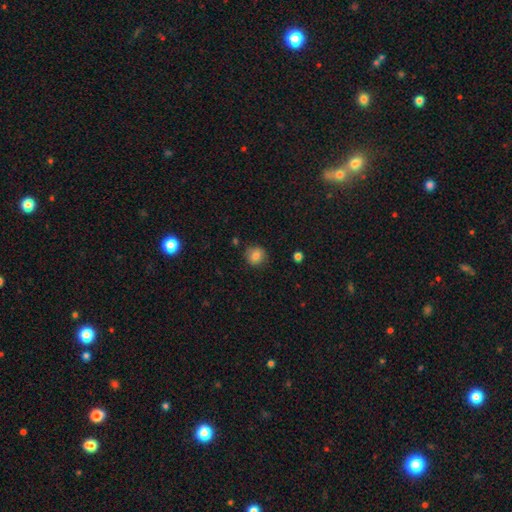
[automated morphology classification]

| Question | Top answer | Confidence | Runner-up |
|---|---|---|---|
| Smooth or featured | smooth | 81% | star or artifact (11%) |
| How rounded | round | 87% | in between (12%) |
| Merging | none | 84% | minor disturbance (11%) |